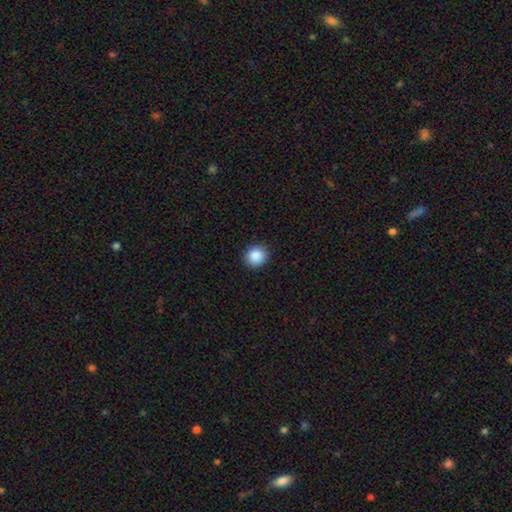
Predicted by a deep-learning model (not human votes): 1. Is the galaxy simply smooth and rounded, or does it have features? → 88% smooth, 9% star or artifact, 3% featured or disk.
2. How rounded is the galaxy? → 85% round, 14% in between, 1% cigar-shaped.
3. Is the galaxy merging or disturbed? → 91% none, 6% minor disturbance, 2% major disturbance, 1% merger.